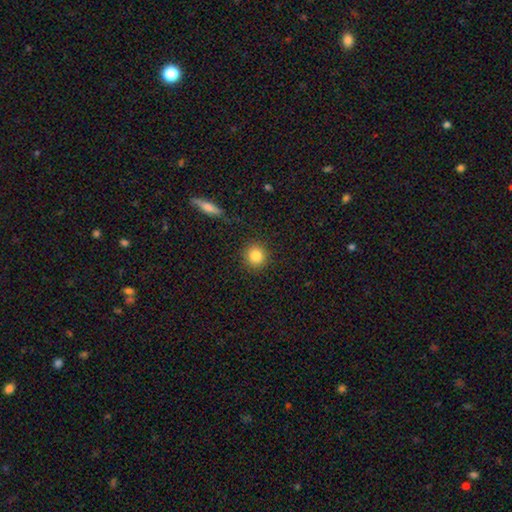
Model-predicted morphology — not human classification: A smooth galaxy with no disk features (85%) that is round (91%).

Vote fractions:
- Smooth or featured? smooth: 85% / star or artifact: 10% / featured or disk: 6%
- How rounded? round: 91% / in between: 8% / cigar-shaped: 1%
- Merging? none: 90% / minor disturbance: 6% / major disturbance: 2% / merger: 1%